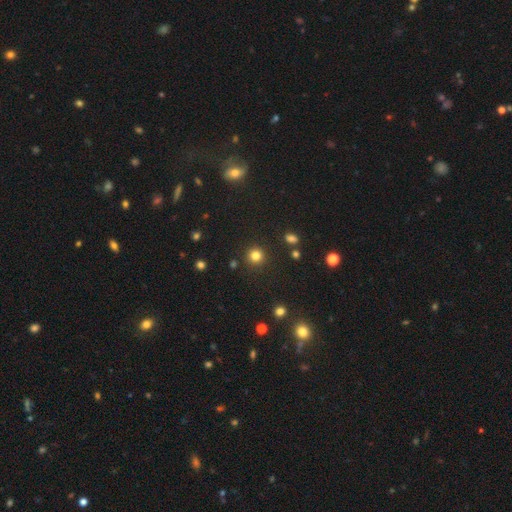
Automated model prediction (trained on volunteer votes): Overall: smooth (81%). How rounded: round (94%). Merging: none (91%).